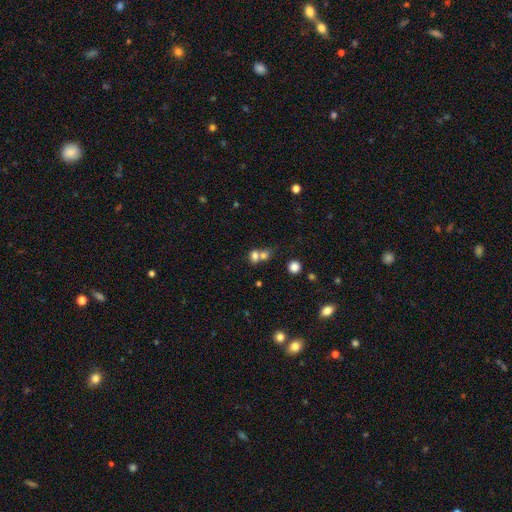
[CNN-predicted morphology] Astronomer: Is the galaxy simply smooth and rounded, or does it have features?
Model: smooth — 74%.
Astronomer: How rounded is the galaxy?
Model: round — 54% (runner-up: in between, 44%).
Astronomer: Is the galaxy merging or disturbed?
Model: merger — 62%.